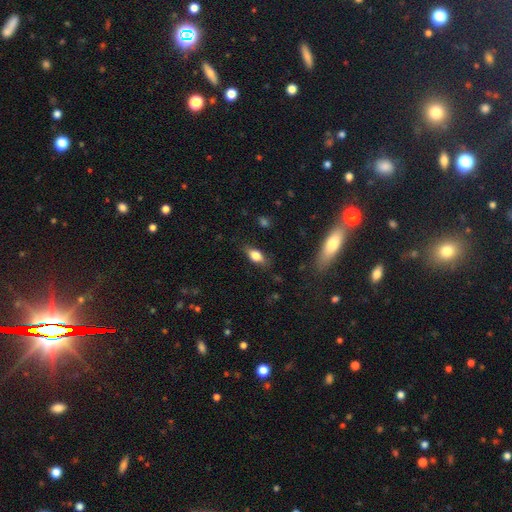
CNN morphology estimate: Smooth or featured: smooth — 70% (featured or disk — 21%)
How rounded: in between — 79% (cigar-shaped — 15%)
Merging: none — 78% (minor disturbance — 17%)